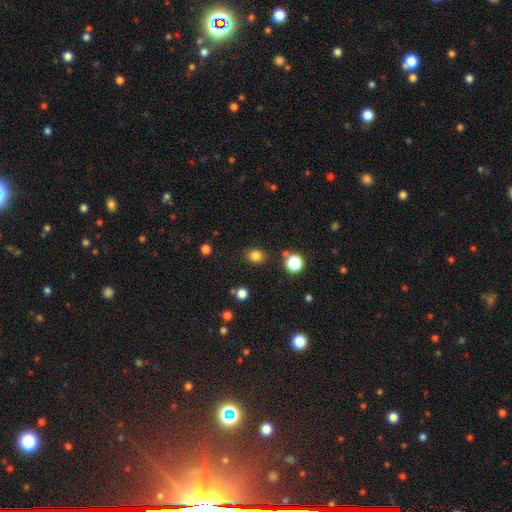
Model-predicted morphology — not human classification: A smooth galaxy with no disk features (81%) that is round (65%).

Vote fractions:
- Smooth or featured? smooth: 81% / star or artifact: 14% / featured or disk: 5%
- How rounded? round: 65% / in between: 34% / cigar-shaped: 1%
- Merging? none: 85% / minor disturbance: 9% / major disturbance: 3% / merger: 3%